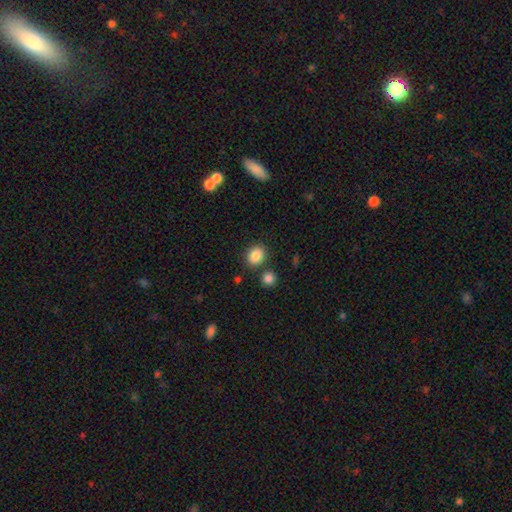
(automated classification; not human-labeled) Q: Smooth or featured?
A: smooth (87%); runner-up: star or artifact (9%)
Q: How rounded?
A: round (51%); runner-up: in between (48%)
Q: Merging?
A: none (78%); runner-up: minor disturbance (10%)